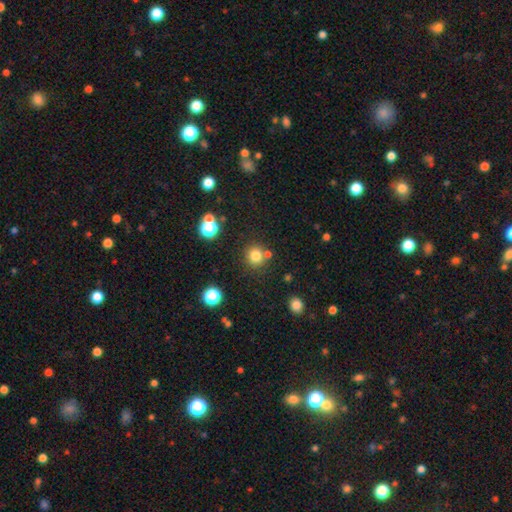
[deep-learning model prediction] Morphology: type=smooth (78%); roundness=round (91%); merging=none (76%).